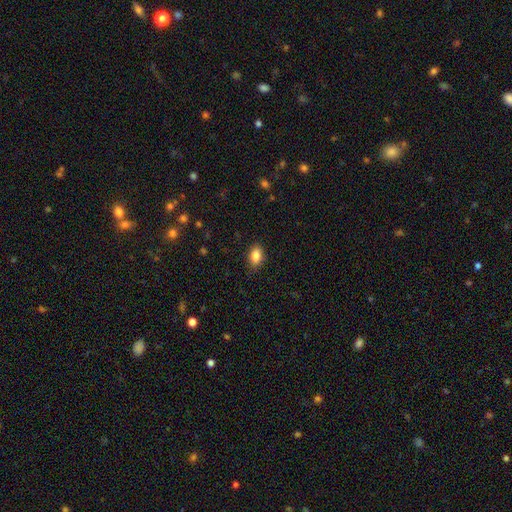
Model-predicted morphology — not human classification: This appears to be a smooth galaxy with no disk features (86%) that is in between round and cigar-shaped (85%). Merging: none (83%).